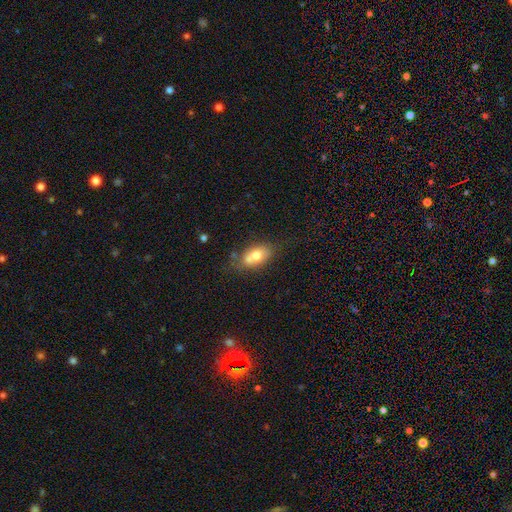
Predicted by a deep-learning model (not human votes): Smooth or featured?
  - smooth: 70% *
  - featured or disk: 21%
  - star or artifact: 9%
How rounded?
  - in between: 84% *
  - round: 12%
  - cigar-shaped: 4%
Merging?
  - none: 52% *
  - merger: 23%
  - minor disturbance: 19%
  - major disturbance: 6%